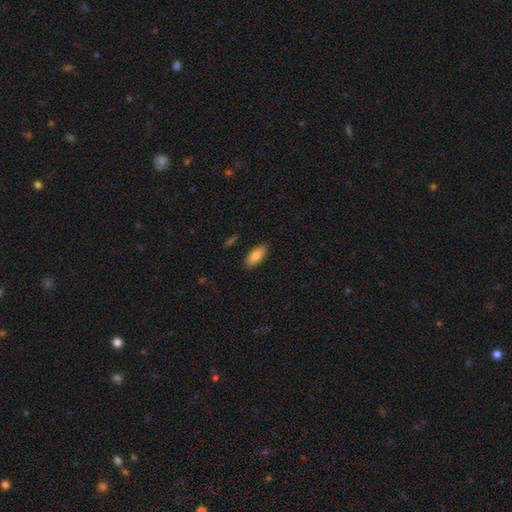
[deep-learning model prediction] The model was most divided on "smooth or featured": smooth: 81%, featured or disk: 13%, star or artifact: 6%. More confident: merging — none (89%); how rounded — in between (84%).